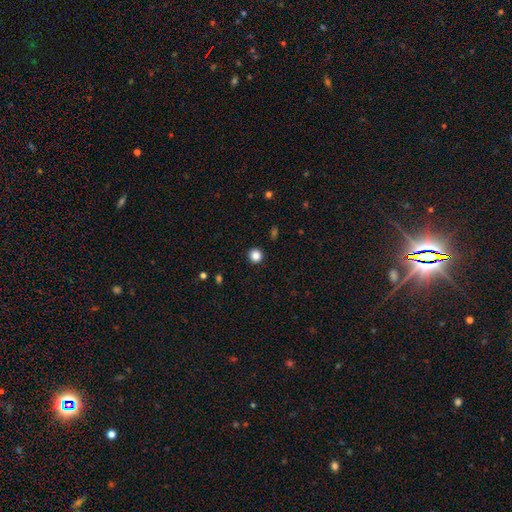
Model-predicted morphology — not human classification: Smooth or featured?
  - smooth: 85% *
  - star or artifact: 11%
  - featured or disk: 4%
How rounded?
  - round: 94% *
  - in between: 5%
  - cigar-shaped: 1%
Merging?
  - none: 93% *
  - minor disturbance: 5%
  - major disturbance: 2%
  - merger: 1%